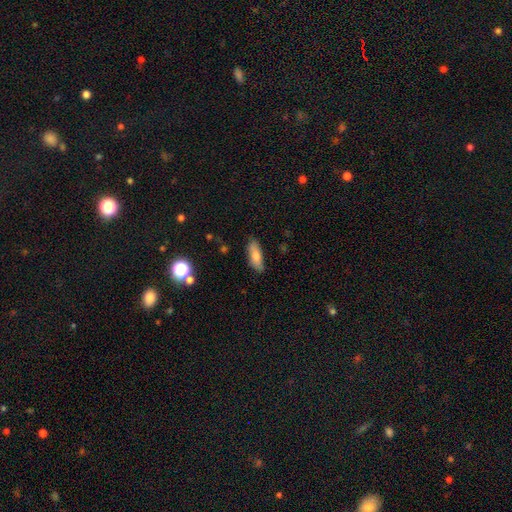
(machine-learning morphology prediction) A smooth galaxy with no disk features (76%) that is in between round and cigar-shaped (62%).

Vote fractions:
- Smooth or featured? smooth: 76% / featured or disk: 16% / star or artifact: 8%
- How rounded? in between: 62% / cigar-shaped: 35% / round: 2%
- Merging? none: 81% / minor disturbance: 15% / major disturbance: 3% / merger: 2%